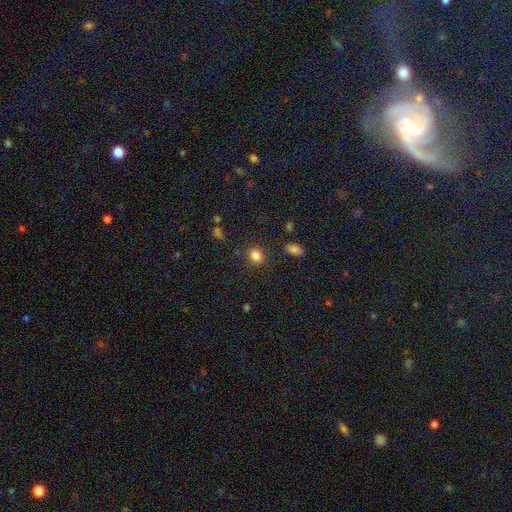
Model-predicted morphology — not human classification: A smooth galaxy with no disk features (84%) that is round (72%).

Vote fractions:
- Smooth or featured? smooth: 84% / star or artifact: 11% / featured or disk: 5%
- How rounded? round: 72% / in between: 27% / cigar-shaped: 1%
- Merging? none: 85% / minor disturbance: 9% / major disturbance: 3% / merger: 3%